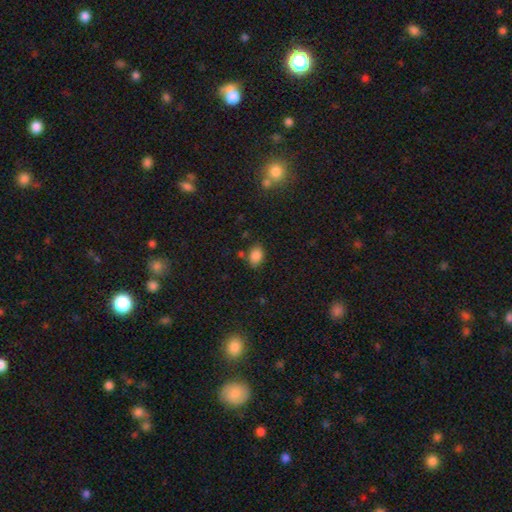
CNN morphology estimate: This is clearly a smooth galaxy (85%). How rounded: likely in between (80%). Merging: likely none (72%).